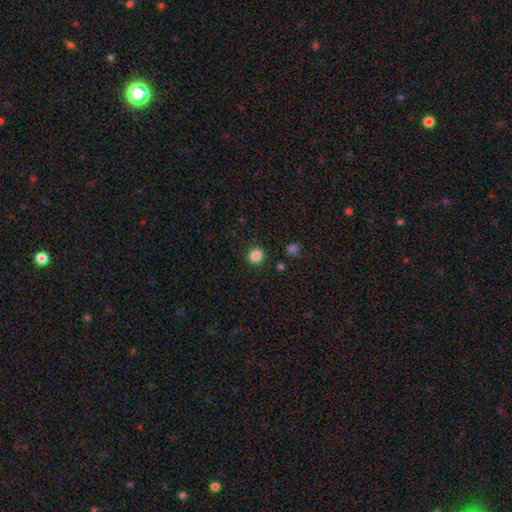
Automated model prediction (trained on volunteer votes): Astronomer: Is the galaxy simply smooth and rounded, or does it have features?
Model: smooth — 85%.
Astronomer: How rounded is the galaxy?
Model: round — 61% (runner-up: in between, 38%).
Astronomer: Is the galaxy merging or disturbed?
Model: none — 86%.